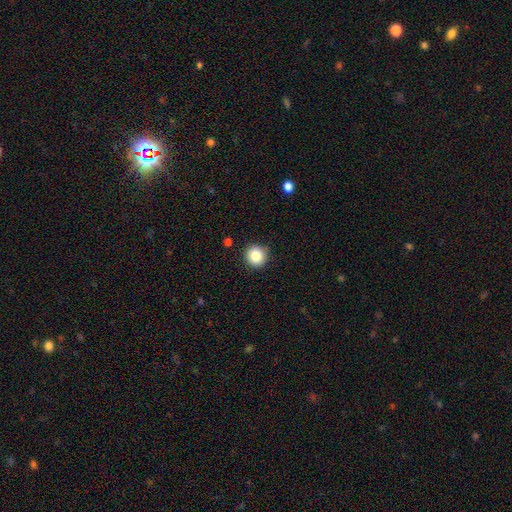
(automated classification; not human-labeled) This is clearly a smooth galaxy (85%). How rounded: clearly round (94%). Merging: clearly none (90%).